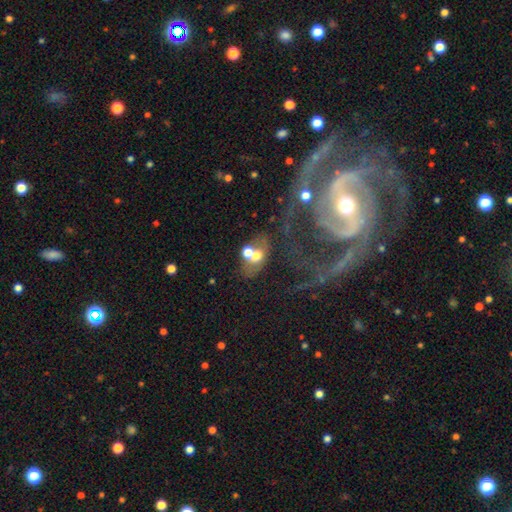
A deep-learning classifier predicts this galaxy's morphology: A smooth galaxy with no disk features (52%) that is in between round and cigar-shaped (61%). Merging: merger (50%).